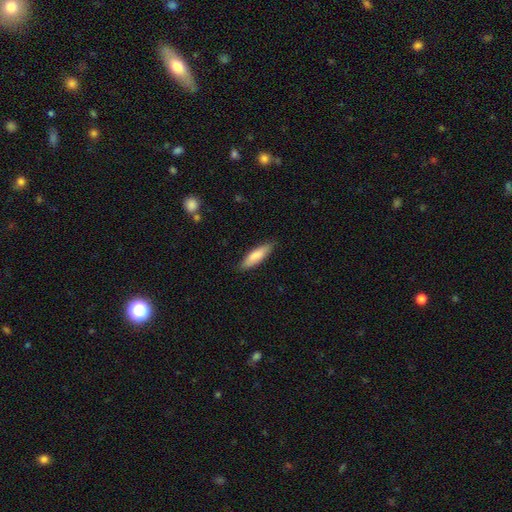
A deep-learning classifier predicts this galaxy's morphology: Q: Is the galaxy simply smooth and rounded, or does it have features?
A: smooth — 82%.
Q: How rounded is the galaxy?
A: cigar-shaped — 61%.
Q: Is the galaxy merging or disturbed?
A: none — 85%.